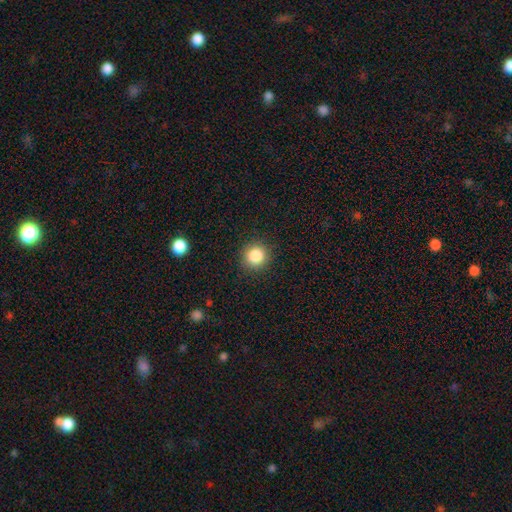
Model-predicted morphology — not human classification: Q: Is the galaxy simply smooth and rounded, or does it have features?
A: smooth — 85%.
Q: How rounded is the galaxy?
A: round — 93%.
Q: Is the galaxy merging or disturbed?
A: none — 91%.